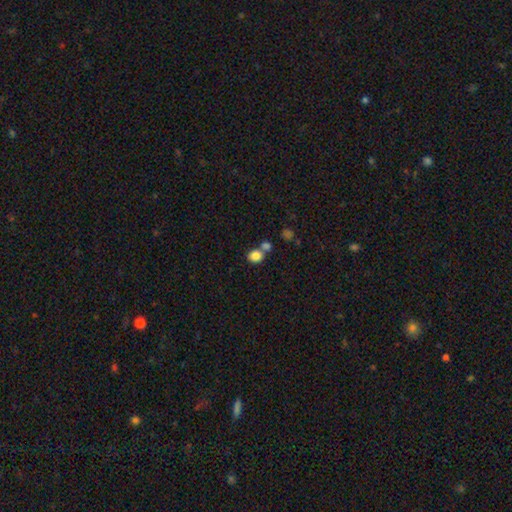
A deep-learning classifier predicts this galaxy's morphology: A smooth galaxy with no disk features (83%) that is round (70%).

Vote fractions:
- Smooth or featured? smooth: 83% / star or artifact: 10% / featured or disk: 6%
- How rounded? round: 70% / in between: 29% / cigar-shaped: 1%
- Merging? none: 52% / merger: 35% / minor disturbance: 9% / major disturbance: 4%